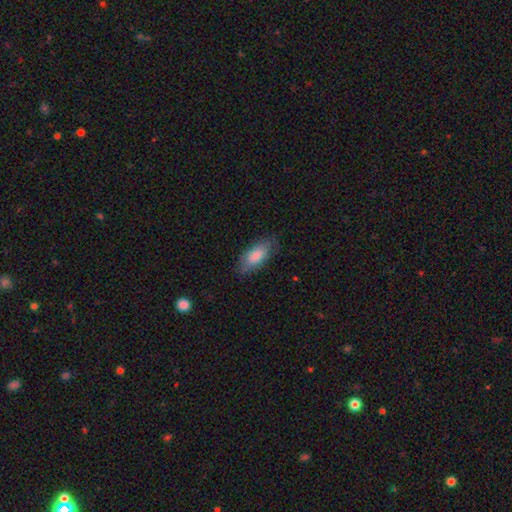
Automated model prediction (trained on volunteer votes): A smooth galaxy with no disk features (79%) that is in between round and cigar-shaped (86%).

Vote fractions:
- Smooth or featured? smooth: 79% / featured or disk: 14% / star or artifact: 6%
- How rounded? in between: 86% / cigar-shaped: 12% / round: 3%
- Merging? none: 79% / minor disturbance: 16% / major disturbance: 4% / merger: 1%